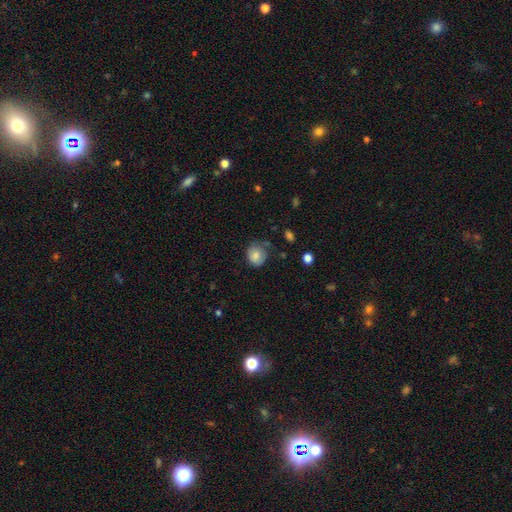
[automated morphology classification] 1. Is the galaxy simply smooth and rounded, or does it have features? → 78% smooth, 13% featured or disk, 8% star or artifact.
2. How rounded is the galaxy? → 71% round, 28% in between, 1% cigar-shaped.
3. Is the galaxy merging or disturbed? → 57% none, 30% minor disturbance, 11% major disturbance, 2% merger.